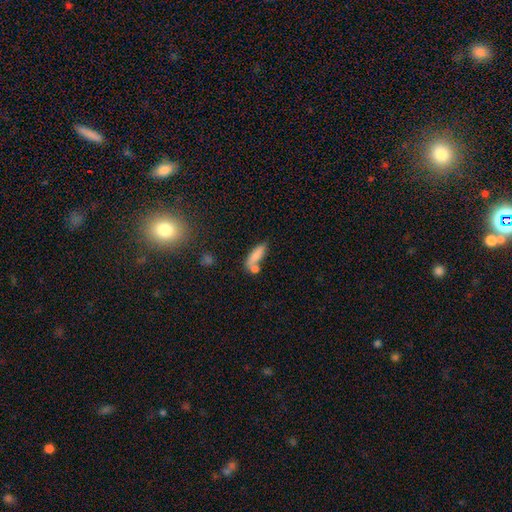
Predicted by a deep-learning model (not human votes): Smooth or featured: smooth — 80% (featured or disk — 11%)
How rounded: cigar-shaped — 52% (in between — 45%)
Merging: none — 49% (merger — 29%)